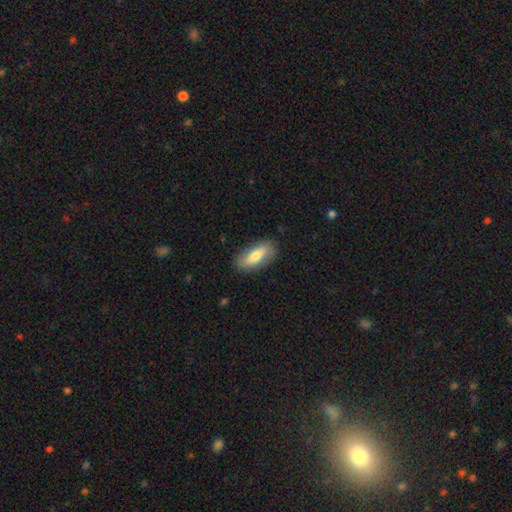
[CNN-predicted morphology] A smooth galaxy with no disk features (64%) that is in between round and cigar-shaped (79%). Merging: none (84%).